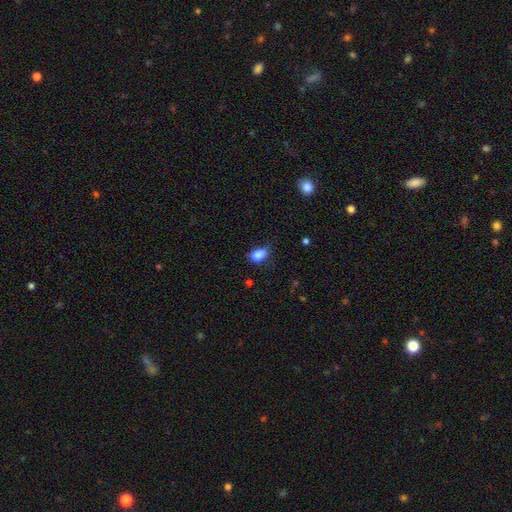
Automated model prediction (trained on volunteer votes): Smooth or featured? Predicted: smooth (p=0.84). How rounded? Predicted: in between (p=0.81). Merging? Predicted: none (p=0.52).